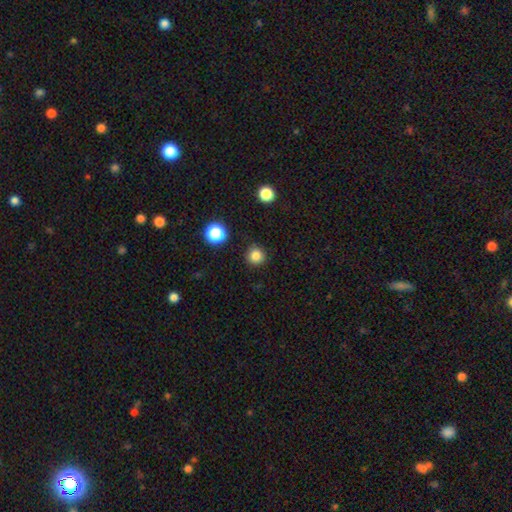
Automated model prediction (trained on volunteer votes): A smooth galaxy with no disk features (83%) that is round (94%). Merging: none (89%).